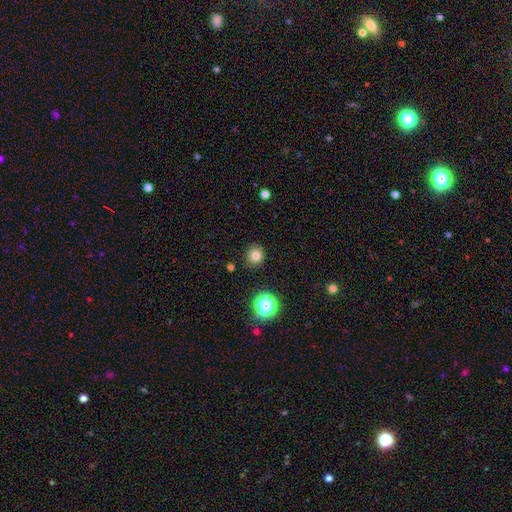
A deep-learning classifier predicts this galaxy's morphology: Q: Smooth or featured?
A: smooth (80%); runner-up: star or artifact (14%)
Q: How rounded?
A: round (84%); runner-up: in between (15%)
Q: Merging?
A: none (87%); runner-up: minor disturbance (9%)